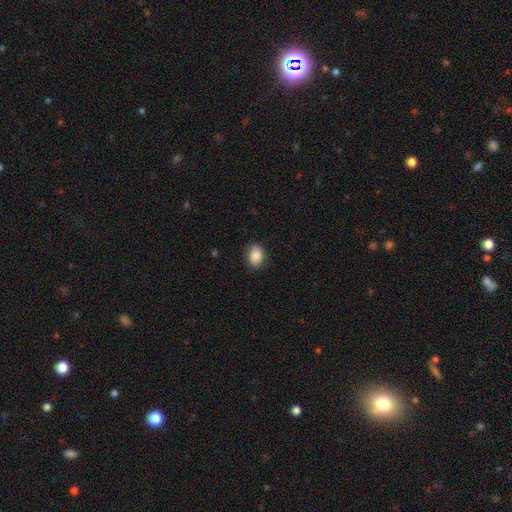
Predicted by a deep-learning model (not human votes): Smooth or featured: smooth — 89% (star or artifact — 8%)
How rounded: in between — 75% (round — 24%)
Merging: none — 86% (minor disturbance — 11%)